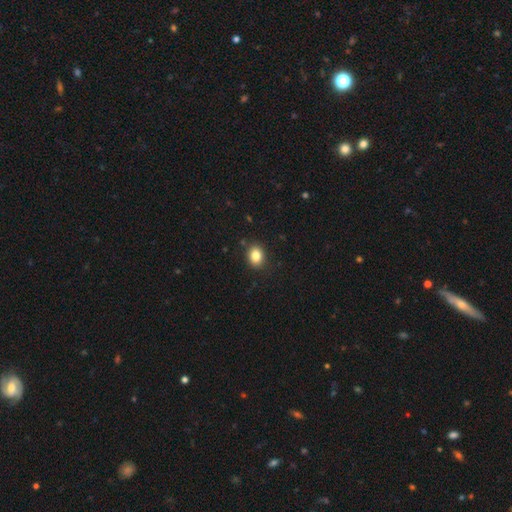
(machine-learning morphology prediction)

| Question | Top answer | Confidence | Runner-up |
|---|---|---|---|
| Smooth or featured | smooth | 84% | star or artifact (10%) |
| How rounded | in between | 54% | round (45%) |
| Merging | none | 88% | minor disturbance (8%) |